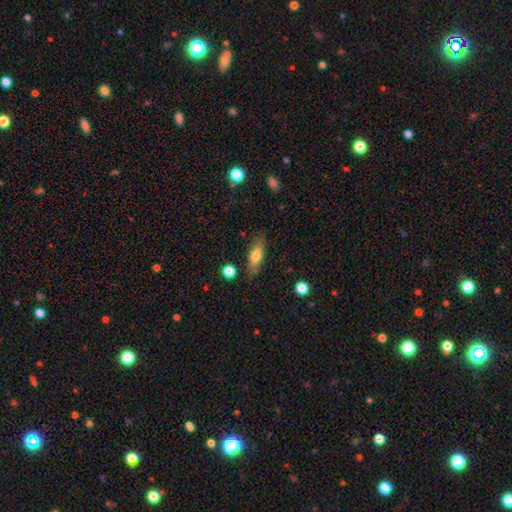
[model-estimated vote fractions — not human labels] Smooth or featured? Predicted: smooth (p=0.67). How rounded? Predicted: in between (p=0.63). Merging? Predicted: none (p=0.77).